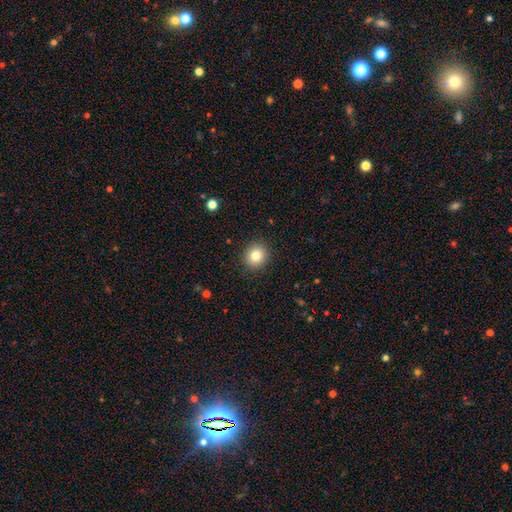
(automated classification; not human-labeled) Smooth or featured? smooth (82%)
How rounded? round (85%)
Merging? none (90%)